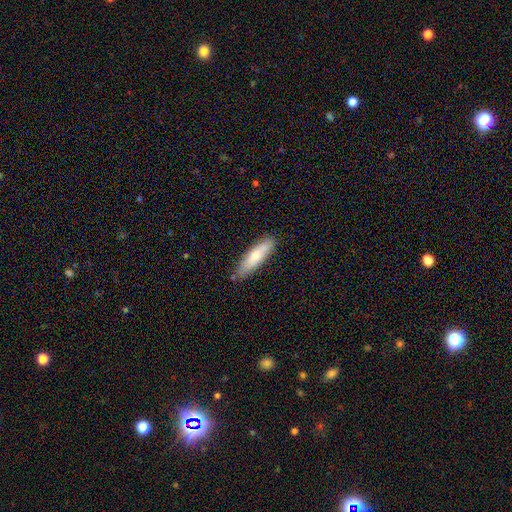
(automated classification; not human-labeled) Morphology: type=smooth (68%); roundness=cigar-shaped (64%); merging=none (79%).